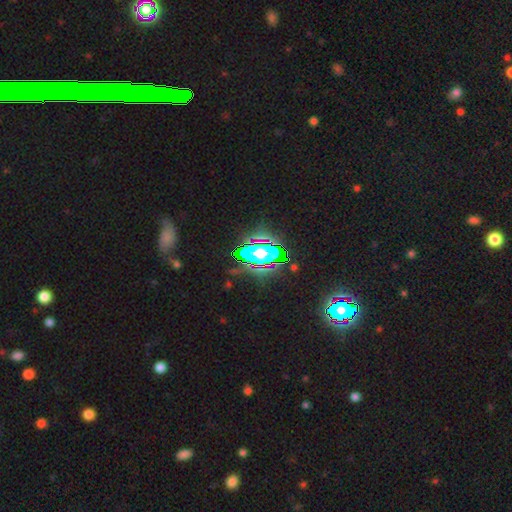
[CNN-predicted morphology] smooth-or-featured: star or artifact: 56% | featured or disk: 23% | smooth: 22%